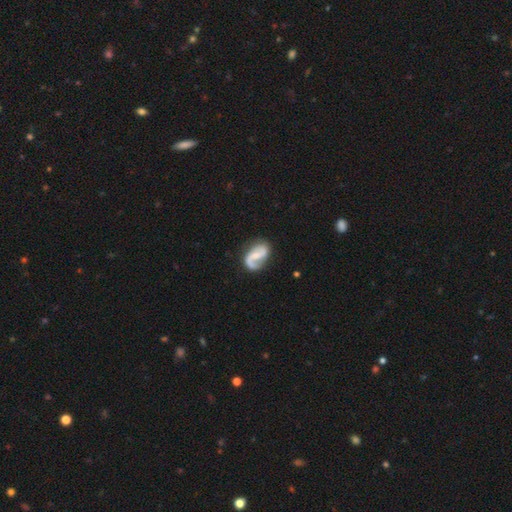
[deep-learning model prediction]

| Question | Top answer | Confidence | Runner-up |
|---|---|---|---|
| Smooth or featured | featured or disk | 83% | smooth (12%) |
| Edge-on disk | no | 98% | yes (2%) |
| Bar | weak | 45% | no (33%) |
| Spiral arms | yes | 96% | no (4%) |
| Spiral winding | loose | 47% | medium (40%) |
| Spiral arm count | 2 | 78% | 1 (17%) |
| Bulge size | small | 46% | moderate (29%) |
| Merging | none | 69% | minor disturbance (19%) |